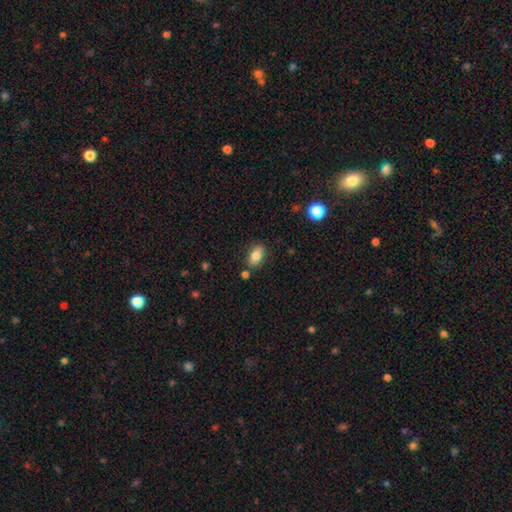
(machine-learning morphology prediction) Smooth or featured? smooth (81%)
How rounded? in between (87%)
Merging? none (78%)